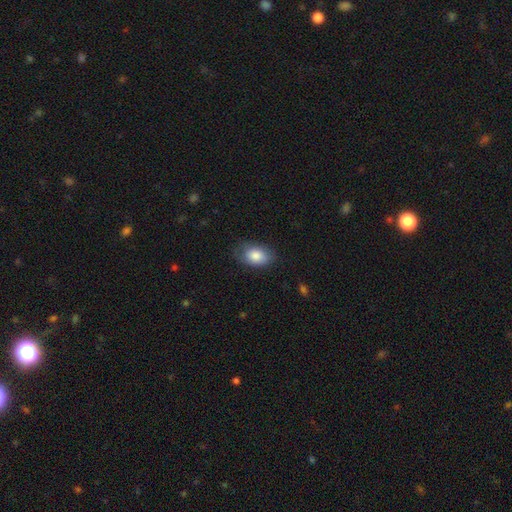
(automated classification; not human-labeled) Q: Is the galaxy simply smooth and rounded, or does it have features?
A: smooth — 84%.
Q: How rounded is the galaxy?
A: in between — 88%.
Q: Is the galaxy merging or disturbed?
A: none — 73%.